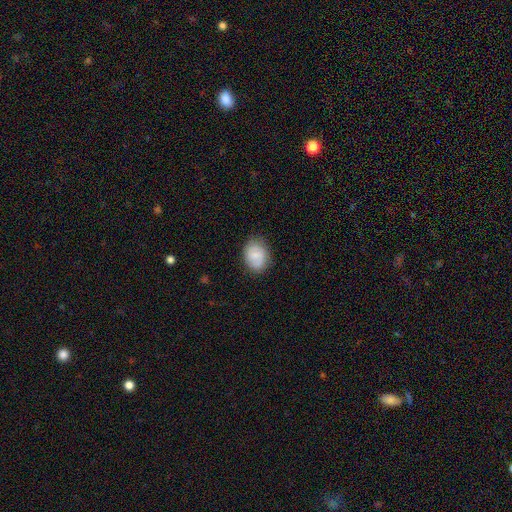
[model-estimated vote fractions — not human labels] This appears to be a smooth galaxy with no disk features (71%) that is in between round and cigar-shaped (65%). Merging: none (81%).